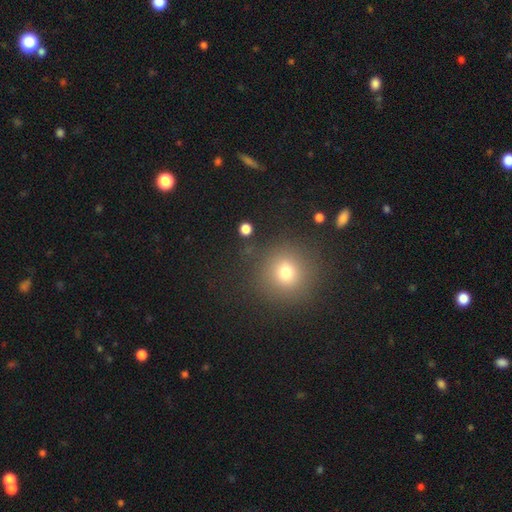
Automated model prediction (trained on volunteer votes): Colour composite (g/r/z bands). It shows a smooth galaxy with no disk features (65%) that is round (94%). Merging: none (89%).